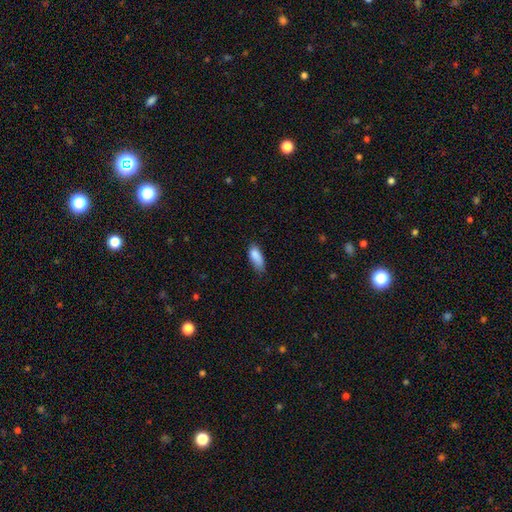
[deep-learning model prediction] smooth-or-featured: smooth: 87% | star or artifact: 7% | featured or disk: 6%
  how-rounded: in between: 79% | cigar-shaped: 19% | round: 2%
  merging: none: 55% | minor disturbance: 36% | major disturbance: 7% | merger: 2%